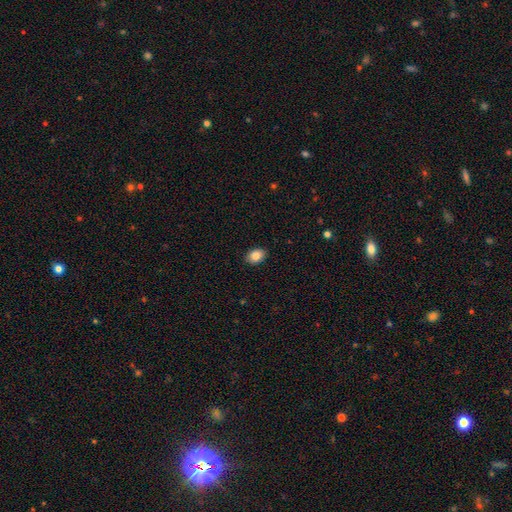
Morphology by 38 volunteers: Smooth or featured?
  - smooth: 87% *
  - featured or disk: 8%
  - star or artifact: 5%
How rounded?
  - in between: 67% *
  - round: 30%
  - cigar-shaped: 3%
Merging?
  - none: 89% *
  - minor disturbance: 8%
  - merger: 3%
  - major disturbance: 0%